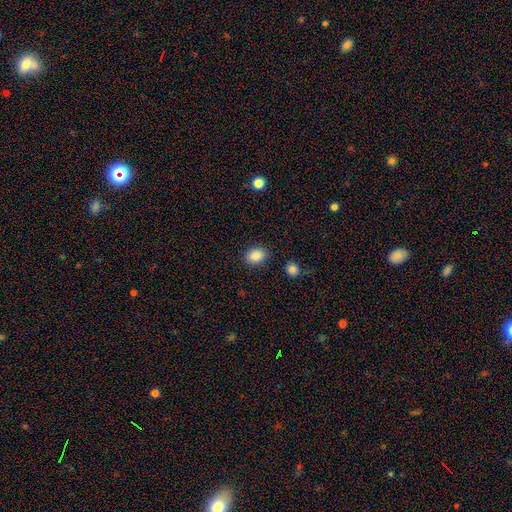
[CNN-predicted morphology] Smooth or featured? smooth (87%)
How rounded? in between (56%)
Merging? none (85%)